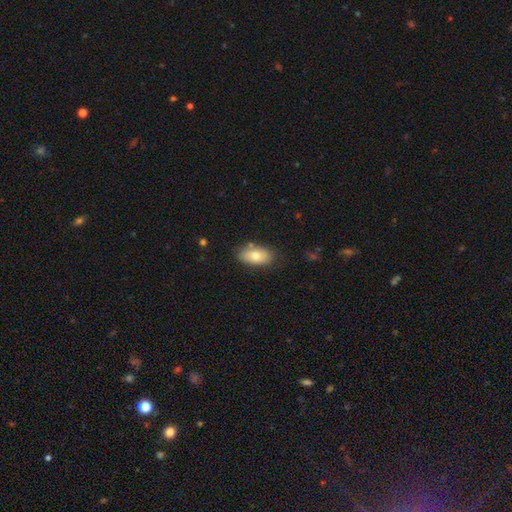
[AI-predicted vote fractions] Smooth or featured? smooth (72%)
How rounded? in between (91%)
Merging? none (80%)